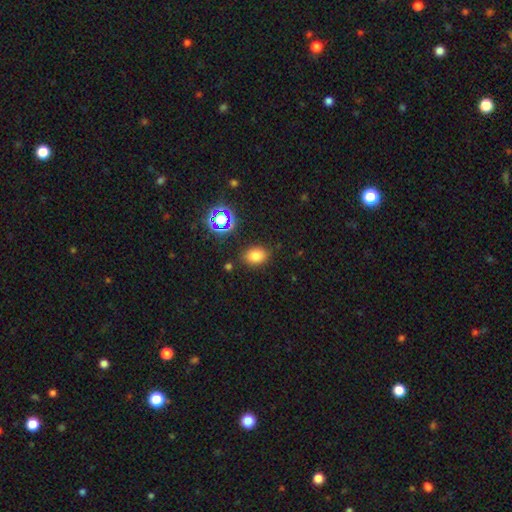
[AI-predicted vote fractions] smooth 75%, star or artifact 18%, featured or disk 8%. Down the decision tree: how rounded — in between (71%); merging — none (83%).